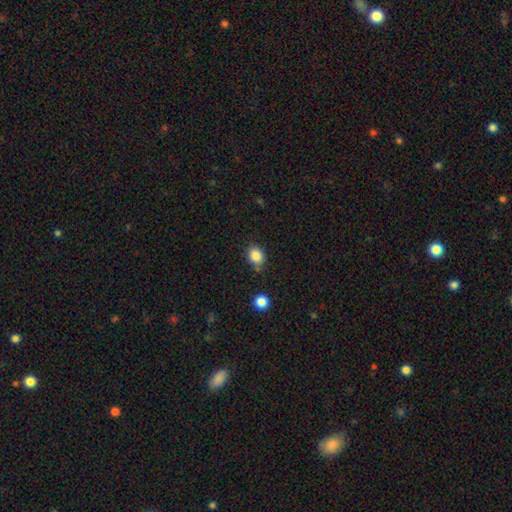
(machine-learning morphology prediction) This appears to be a smooth galaxy with no disk features (85%) that is round (59%). Merging: none (78%).